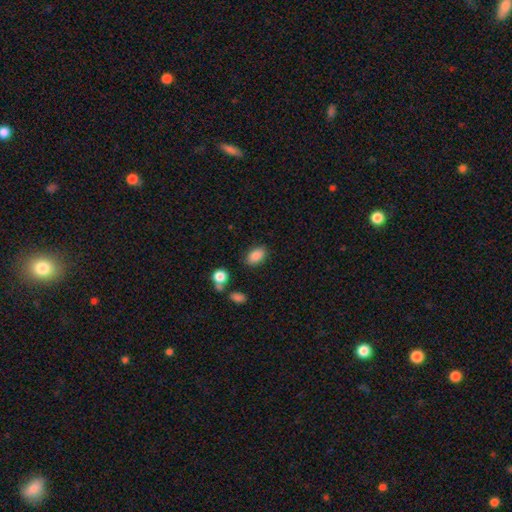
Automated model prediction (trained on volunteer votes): smooth 86%, star or artifact 8%, featured or disk 6%. Down the decision tree: how rounded — in between (89%); merging — none (81%).